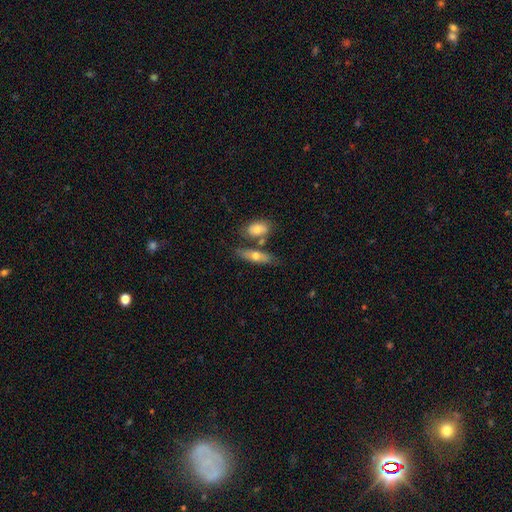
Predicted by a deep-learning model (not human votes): smooth_or_featured: smooth (p=0.60) [alt: featured or disk p=0.33]
how_rounded: in between (p=0.52) [alt: cigar-shaped p=0.44]
merging: none (p=0.58) [alt: merger p=0.24]